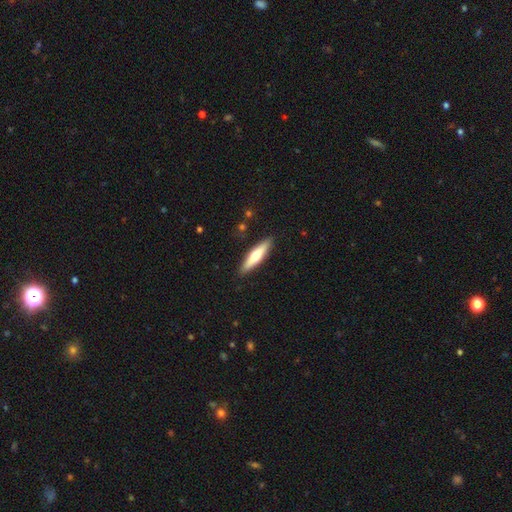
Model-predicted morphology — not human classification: type=smooth (55%); roundness=cigar-shaped (78%); merging=none (89%).